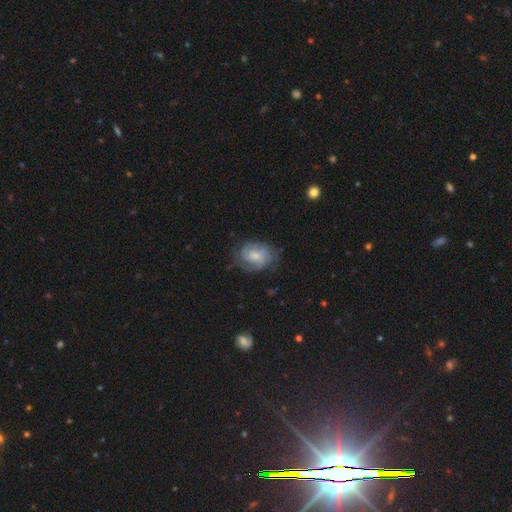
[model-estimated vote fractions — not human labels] This appears to be a featured or disk galaxy (75%) with no bar (56%), 2 (41%) tight (50%) spiral arms (93%) and a small central bulge (42%). Merging: none (69%).